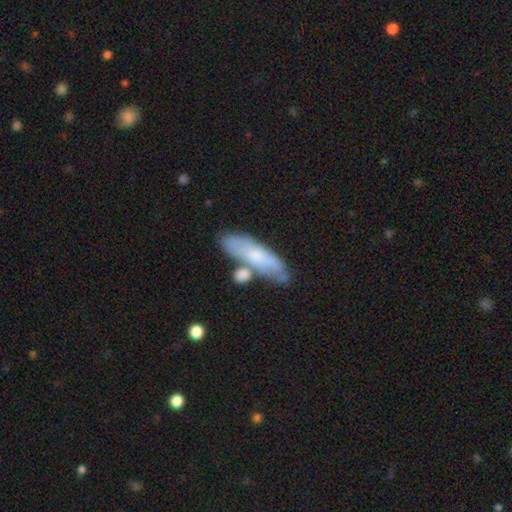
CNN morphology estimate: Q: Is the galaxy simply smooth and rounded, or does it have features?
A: smooth — 63%.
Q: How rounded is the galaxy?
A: cigar-shaped — 55%.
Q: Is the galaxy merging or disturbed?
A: none — 55%.